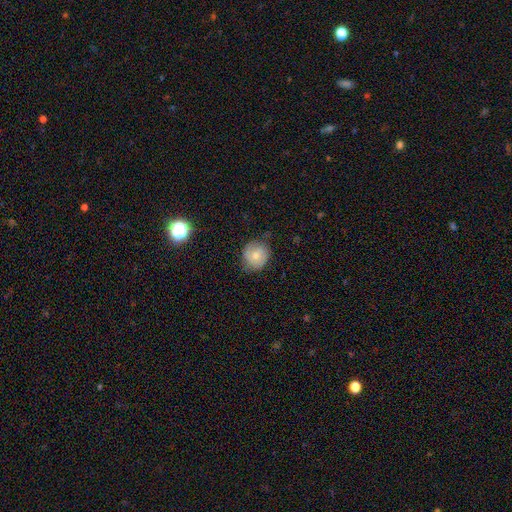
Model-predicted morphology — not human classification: A smooth galaxy with no disk features (55%) that is round (83%).

Vote fractions:
- Smooth or featured? smooth: 55% / featured or disk: 37% / star or artifact: 9%
- How rounded? round: 83% / in between: 16% / cigar-shaped: 1%
- Merging? none: 71% / minor disturbance: 22% / major disturbance: 5% / merger: 1%